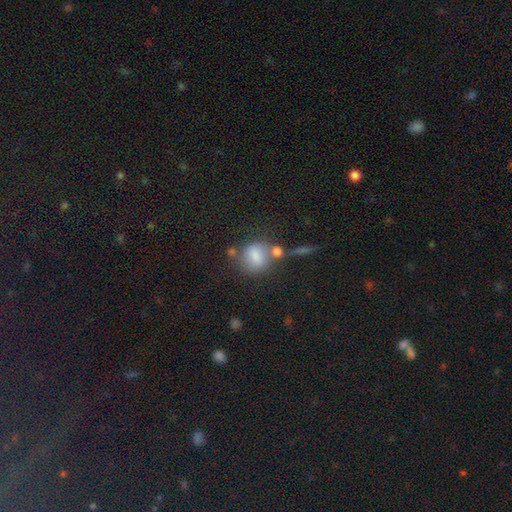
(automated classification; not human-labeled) Q: Smooth or featured?
A: smooth (75%); runner-up: featured or disk (13%)
Q: How rounded?
A: round (67%); runner-up: in between (31%)
Q: Merging?
A: none (50%); runner-up: merger (24%)